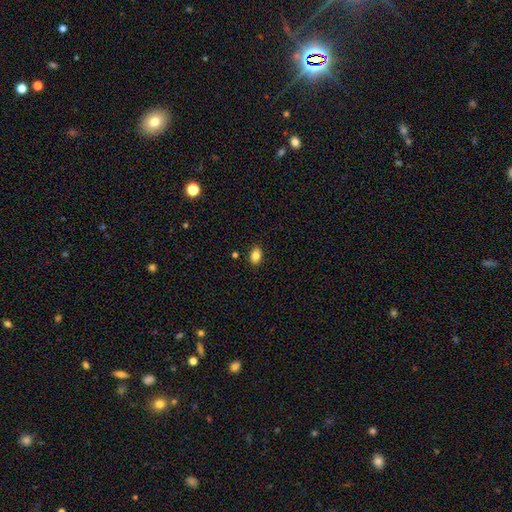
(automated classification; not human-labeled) Smooth or featured? Predicted: smooth (p=0.84). How rounded? Predicted: in between (p=0.84). Merging? Predicted: none (p=0.87).